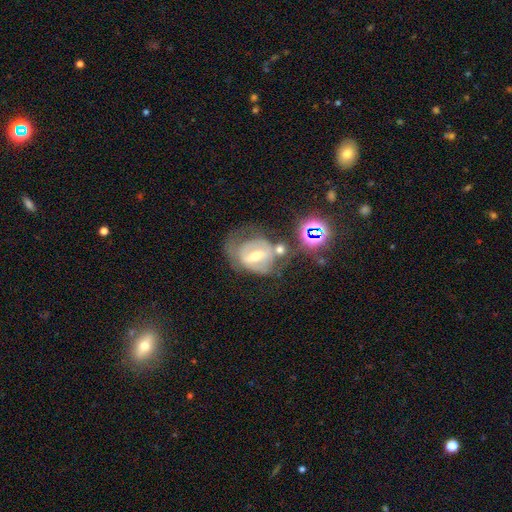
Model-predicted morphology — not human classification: This is likely a featured or disk galaxy (67%). It is clearly not viewed edge-on (94%). Bar: possibly strong (46%). Spiral arm pattern: likely yes (60%). Central bulge: likely moderate (64%). Merging: marginally none (35%).